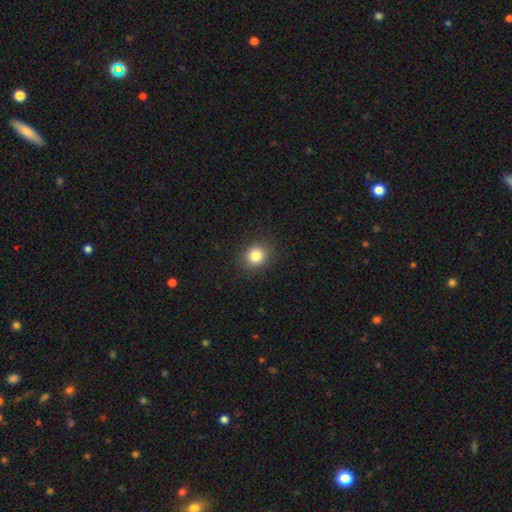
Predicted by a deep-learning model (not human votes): smooth-or-featured: smooth: 84% | star or artifact: 11% | featured or disk: 5%
  how-rounded: round: 83% | in between: 16% | cigar-shaped: 1%
  merging: none: 90% | minor disturbance: 7% | major disturbance: 2% | merger: 1%